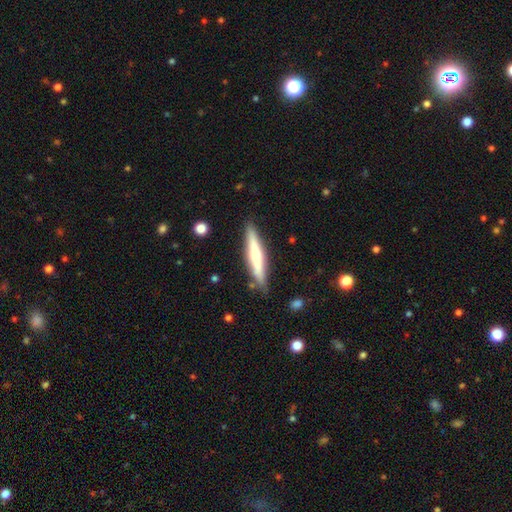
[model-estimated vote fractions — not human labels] Smooth or featured?
  - smooth: 49% *
  - featured or disk: 45%
  - star or artifact: 6%
Merging?
  - none: 85% *
  - minor disturbance: 11%
  - merger: 2%
  - major disturbance: 2%